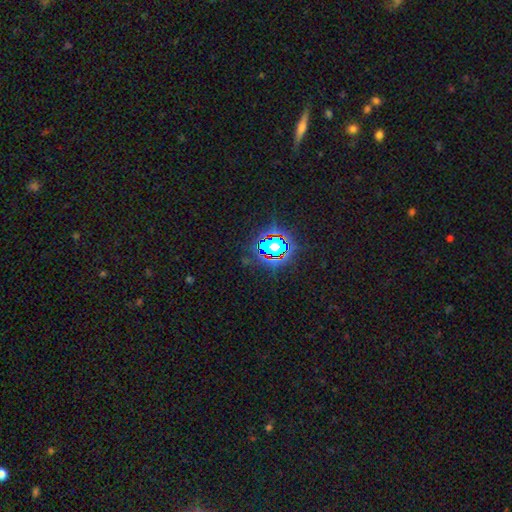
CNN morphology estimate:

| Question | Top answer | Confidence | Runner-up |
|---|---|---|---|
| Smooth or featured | star or artifact | 79% | smooth (13%) |